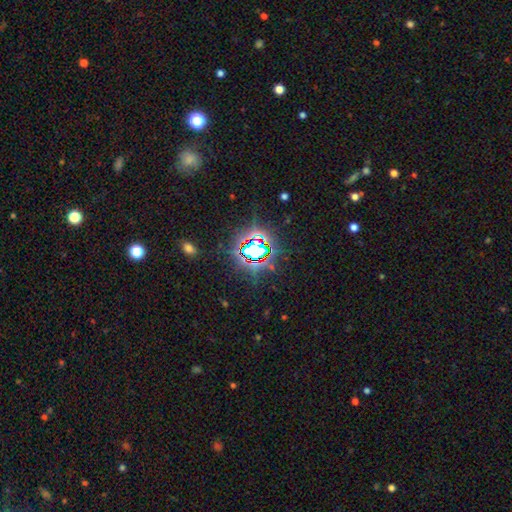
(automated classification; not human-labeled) Morphology: type=star or artifact (79%).